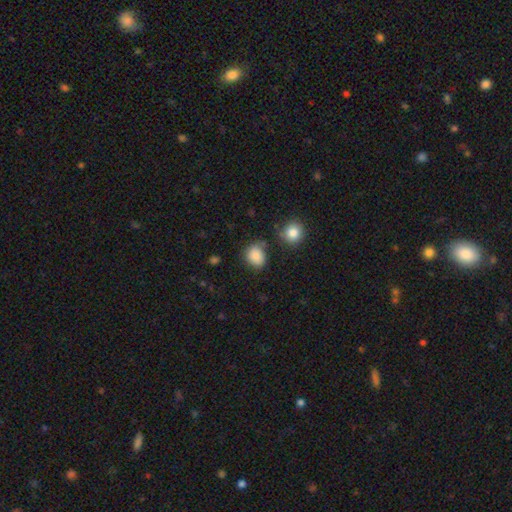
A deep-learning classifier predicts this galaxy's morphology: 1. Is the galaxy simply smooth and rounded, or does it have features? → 85% smooth, 9% star or artifact, 6% featured or disk.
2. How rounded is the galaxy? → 55% round, 44% in between, 1% cigar-shaped.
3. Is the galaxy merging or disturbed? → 64% none, 23% minor disturbance, 7% major disturbance, 6% merger.